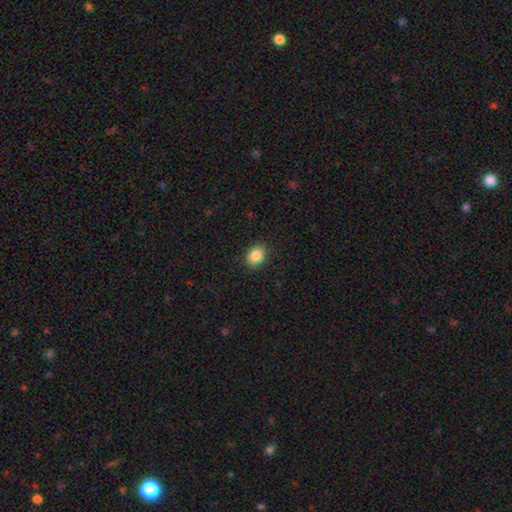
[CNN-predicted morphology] Smooth or featured: smooth — 86% (star or artifact — 9%)
How rounded: in between — 70% (round — 29%)
Merging: none — 87% (minor disturbance — 10%)